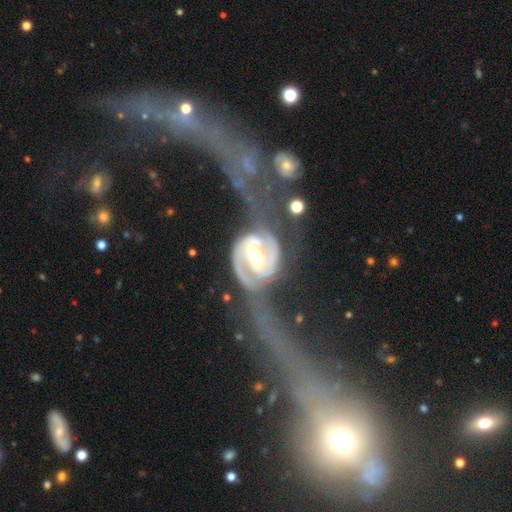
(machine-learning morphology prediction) Smooth or featured: featured or disk — 90% (smooth — 5%)
Edge-on disk: no — 93% (yes — 7%)
Bar: strong — 40% (weak — 37%)
Spiral arms: yes — 91% (no — 9%)
Spiral winding: loose — 44% (medium — 33%)
Spiral arm count: 2 — 88% (can't tell — 5%)
Bulge size: moderate — 61% (small — 23%)
Merging: major disturbance — 41% (none — 25%)